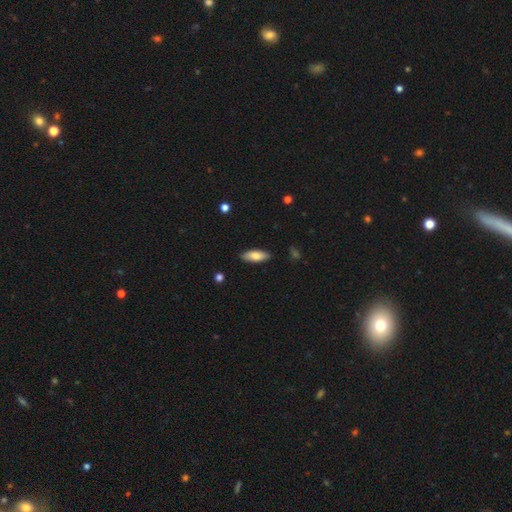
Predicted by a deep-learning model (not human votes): Smooth or featured: smooth — 81% (featured or disk — 13%)
How rounded: in between — 73% (cigar-shaped — 25%)
Merging: none — 88% (minor disturbance — 9%)